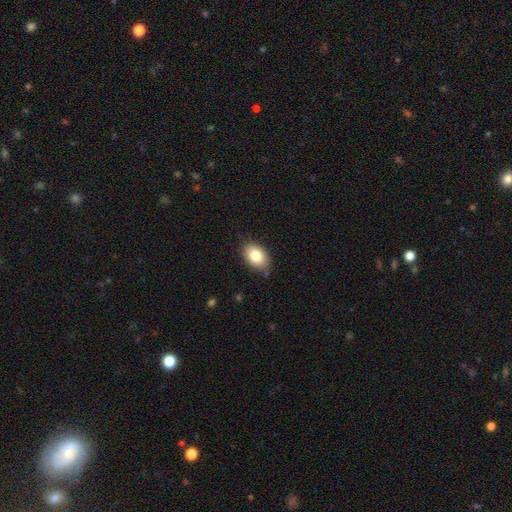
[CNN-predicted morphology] Q: Smooth or featured?
A: smooth (83%); runner-up: featured or disk (9%)
Q: How rounded?
A: in between (85%); runner-up: round (13%)
Q: Merging?
A: none (82%); runner-up: minor disturbance (14%)